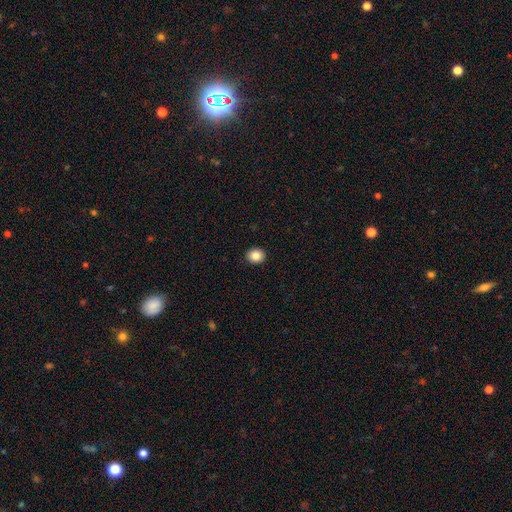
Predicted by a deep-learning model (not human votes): A smooth galaxy with no disk features (85%) that is round (72%). Merging: none (92%).